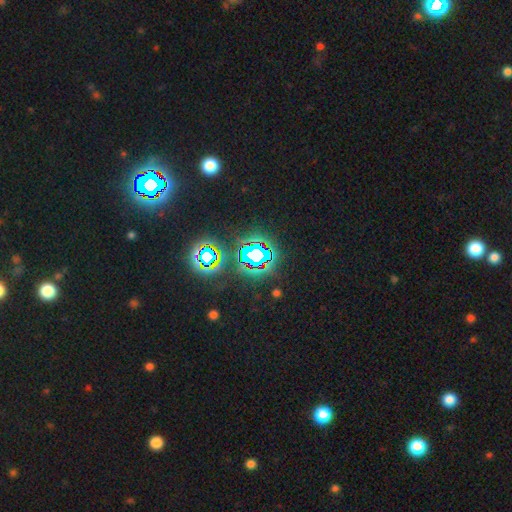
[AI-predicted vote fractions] Morphology: type=star or artifact (71%).